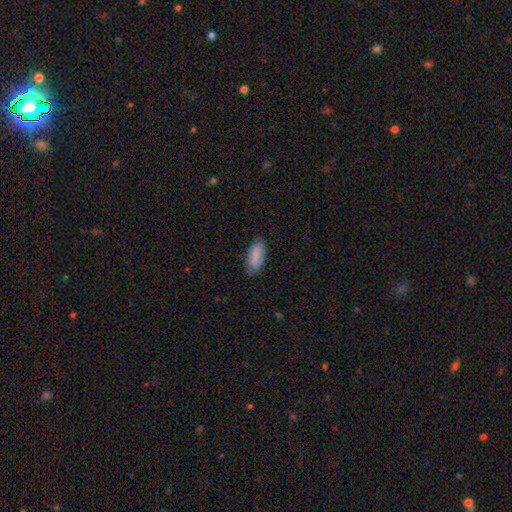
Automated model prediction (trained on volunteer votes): smooth_or_featured: smooth (p=0.86) [alt: featured or disk p=0.08]
how_rounded: in between (p=0.86) [alt: cigar-shaped p=0.12]
merging: none (p=0.79) [alt: minor disturbance p=0.17]